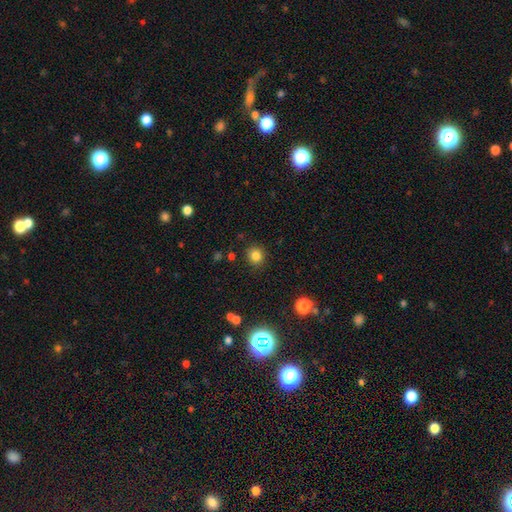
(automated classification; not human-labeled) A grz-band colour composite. It shows a smooth galaxy with no disk features (82%) that is round (86%). Merging: none (88%).